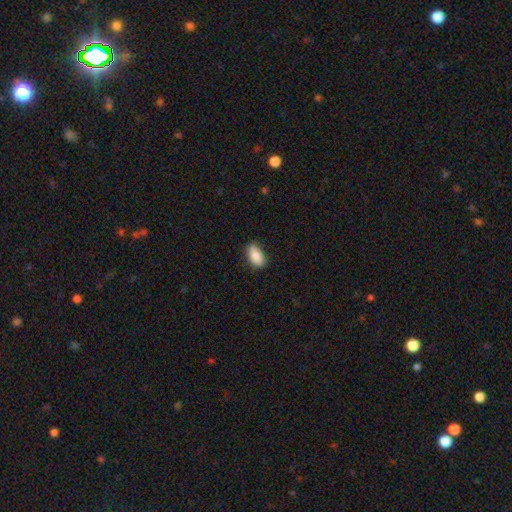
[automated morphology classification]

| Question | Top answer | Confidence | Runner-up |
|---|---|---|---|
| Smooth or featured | smooth | 86% | star or artifact (7%) |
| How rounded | in between | 92% | round (4%) |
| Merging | none | 83% | minor disturbance (13%) |